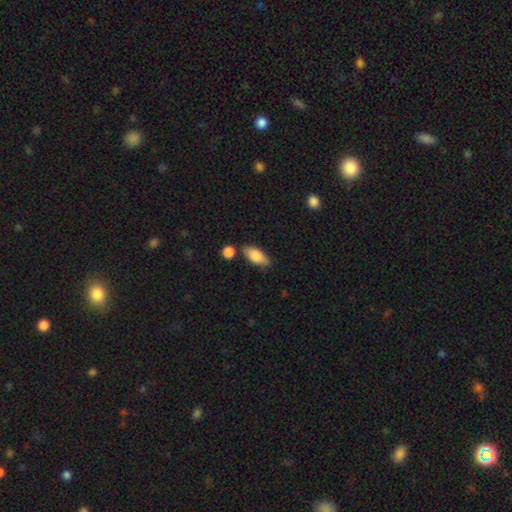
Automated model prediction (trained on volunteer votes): smooth_or_featured: smooth (p=0.79) [alt: featured or disk p=0.14]
how_rounded: in between (p=0.85) [alt: cigar-shaped p=0.11]
merging: none (p=0.76) [alt: minor disturbance p=0.14]